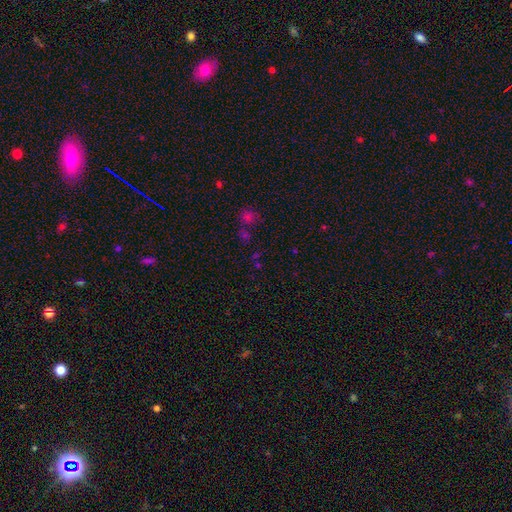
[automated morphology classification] Q: Smooth or featured?
A: star or artifact (48%); runner-up: smooth (42%)